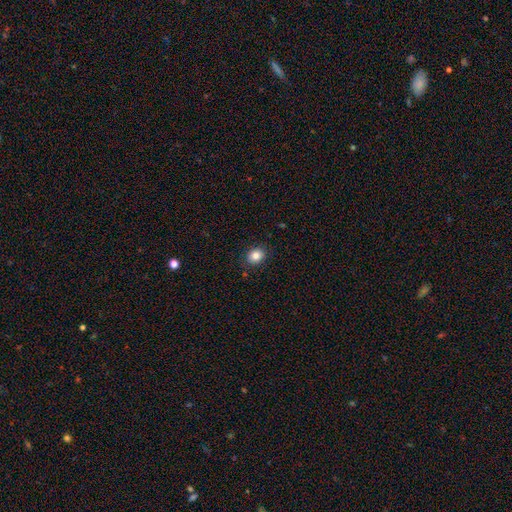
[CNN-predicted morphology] A smooth galaxy with no disk features (84%) that is round (62%).

Vote fractions:
- Smooth or featured? smooth: 84% / star or artifact: 10% / featured or disk: 6%
- How rounded? round: 62% / in between: 37% / cigar-shaped: 1%
- Merging? none: 88% / minor disturbance: 8% / major disturbance: 2% / merger: 1%